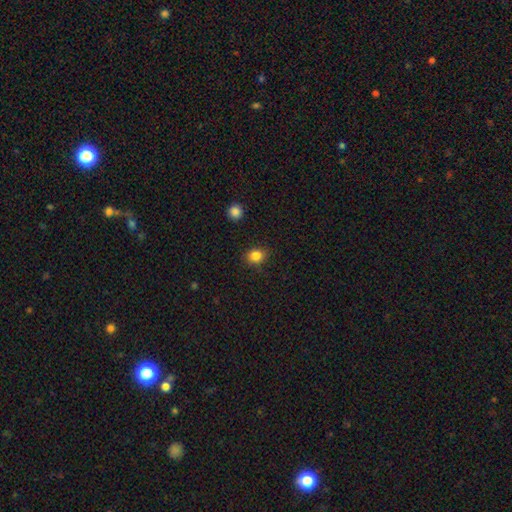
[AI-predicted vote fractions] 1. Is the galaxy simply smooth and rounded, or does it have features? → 84% smooth, 11% star or artifact, 5% featured or disk.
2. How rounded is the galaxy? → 61% round, 38% in between, 1% cigar-shaped.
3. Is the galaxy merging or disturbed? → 87% none, 9% minor disturbance, 2% major disturbance, 1% merger.